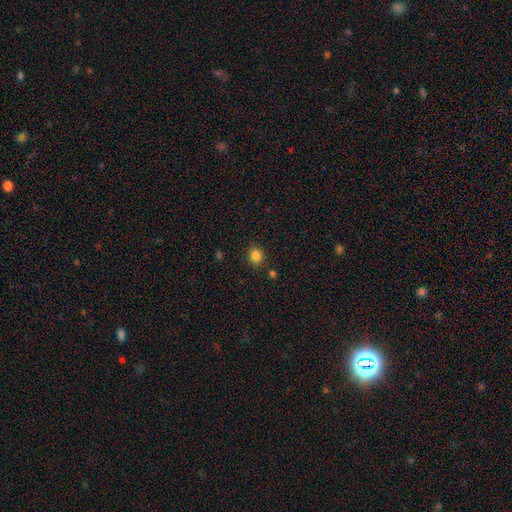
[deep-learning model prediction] smooth-or-featured: smooth: 84% | star or artifact: 12% | featured or disk: 4%
  how-rounded: round: 73% | in between: 27% | cigar-shaped: 1%
  merging: none: 86% | minor disturbance: 8% | merger: 3% | major disturbance: 2%